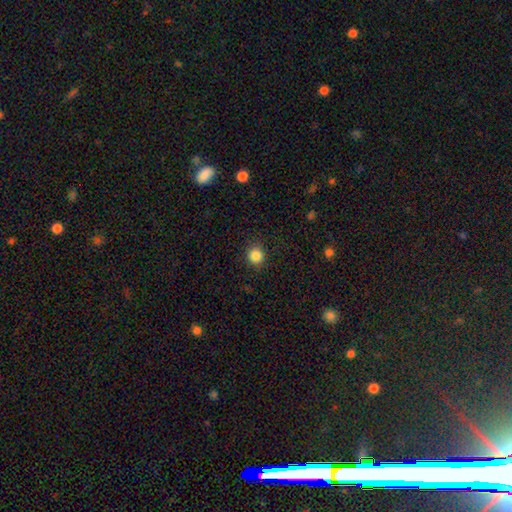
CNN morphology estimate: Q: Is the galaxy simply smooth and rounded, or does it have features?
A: smooth — 85%.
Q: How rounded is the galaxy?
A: round — 90%.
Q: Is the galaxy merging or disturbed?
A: none — 90%.